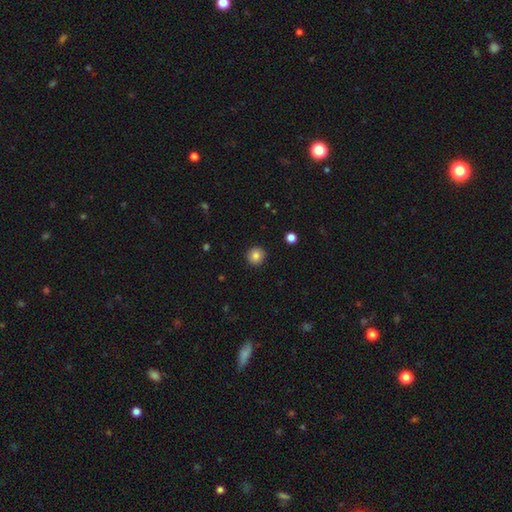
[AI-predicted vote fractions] Smooth or featured? smooth (84%)
How rounded? round (93%)
Merging? none (92%)